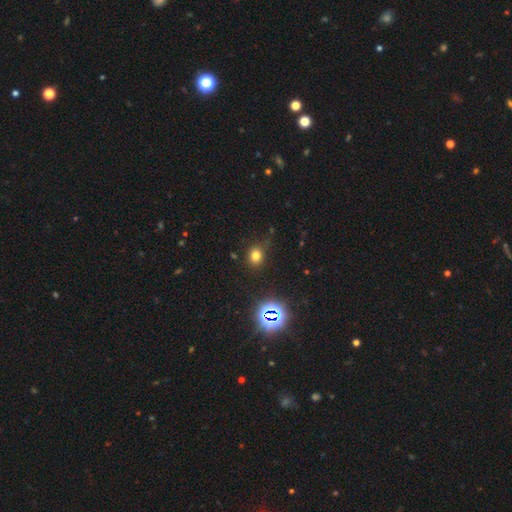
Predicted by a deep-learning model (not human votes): A smooth galaxy with no disk features (72%) that is round (68%). Merging: none (77%).